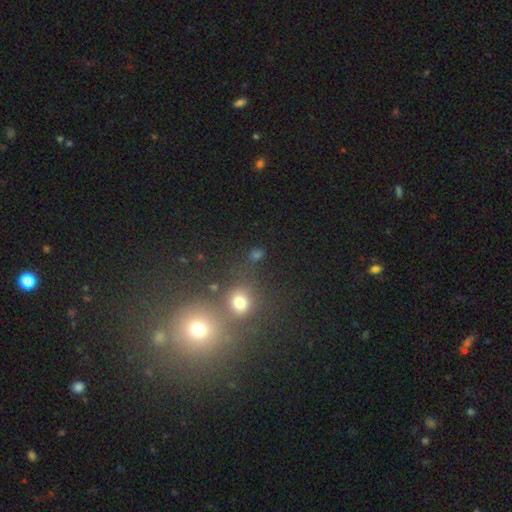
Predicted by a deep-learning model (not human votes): The model was most divided on "smooth or featured": smooth: 63%, star or artifact: 28%, featured or disk: 9%. More confident: how rounded — round (80%); merging — none (65%).